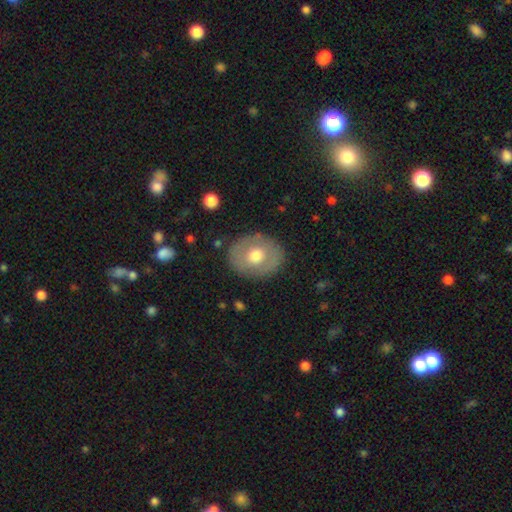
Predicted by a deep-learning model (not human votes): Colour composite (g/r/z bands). It shows a smooth galaxy with no disk features (61%) that is round (57%). Merging: none (85%).